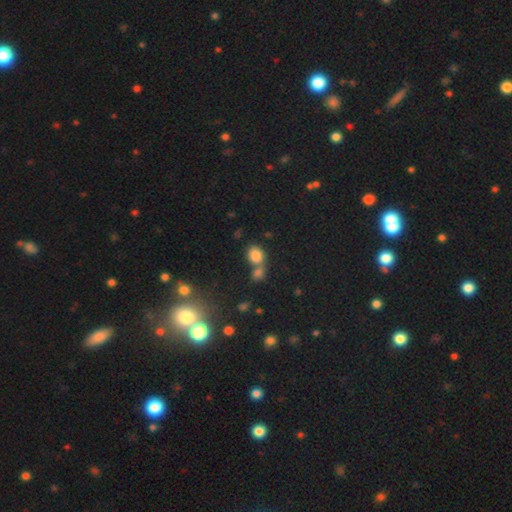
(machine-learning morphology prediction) Overall: smooth (80%). How rounded: in between (53%; round 46%). Merging: none (47%; merger 40%).